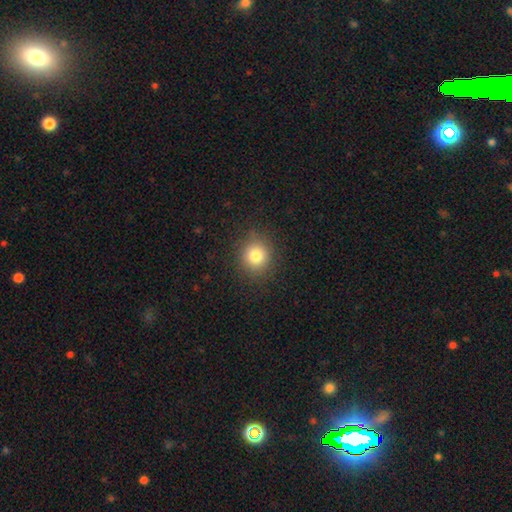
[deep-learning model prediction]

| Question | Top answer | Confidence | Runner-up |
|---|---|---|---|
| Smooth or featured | smooth | 80% | star or artifact (12%) |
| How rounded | round | 86% | in between (13%) |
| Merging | none | 88% | minor disturbance (8%) |